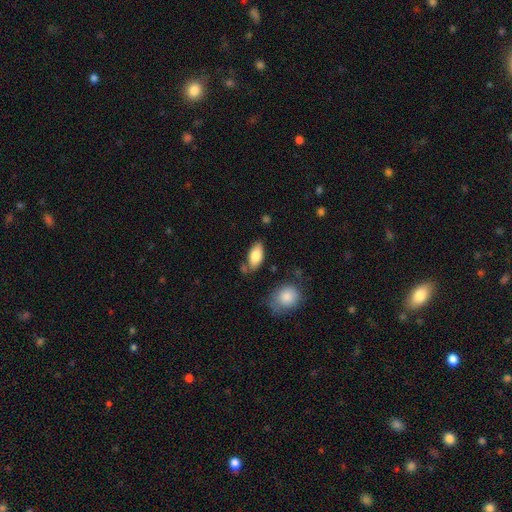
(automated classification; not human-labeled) The model was most divided on "merging": none: 73%, minor disturbance: 17%, merger: 7%, major disturbance: 4%. More confident: how rounded — in between (91%); smooth or featured — smooth (82%).